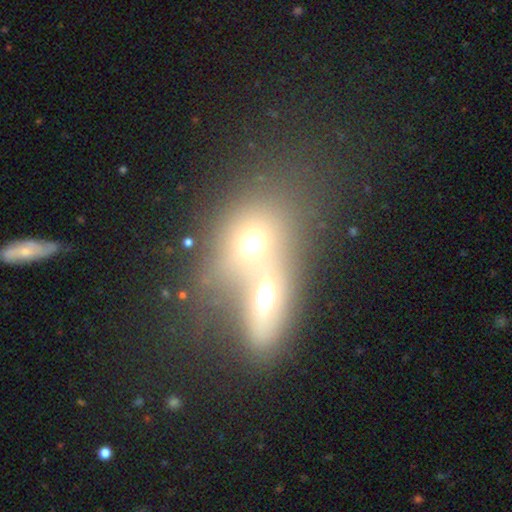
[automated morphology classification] Smooth or featured: smooth — 55% (featured or disk — 31%)
How rounded: in between — 52% (round — 42%)
Merging: merger — 77% (none — 15%)